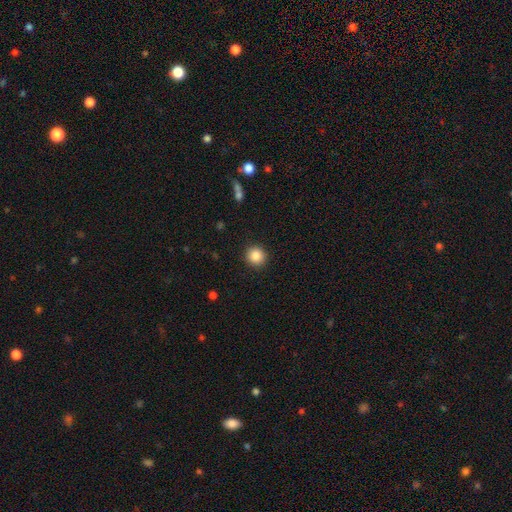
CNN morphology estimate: Smooth or featured?
  - smooth: 86% *
  - star or artifact: 10%
  - featured or disk: 4%
How rounded?
  - round: 94% *
  - in between: 5%
  - cigar-shaped: 1%
Merging?
  - none: 92% *
  - minor disturbance: 5%
  - major disturbance: 2%
  - merger: 1%